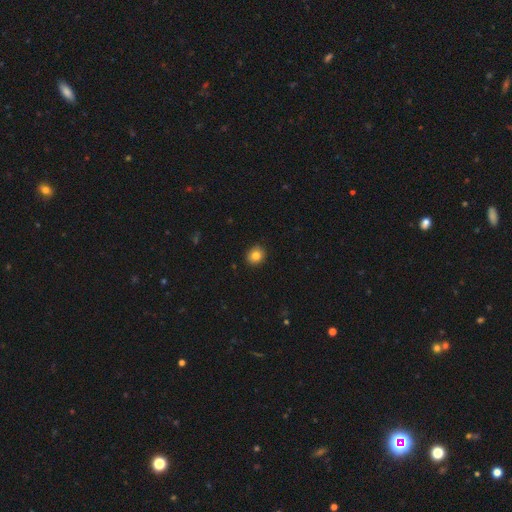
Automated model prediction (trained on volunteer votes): Morphology: type=smooth (82%); roundness=round (83%); merging=none (91%).